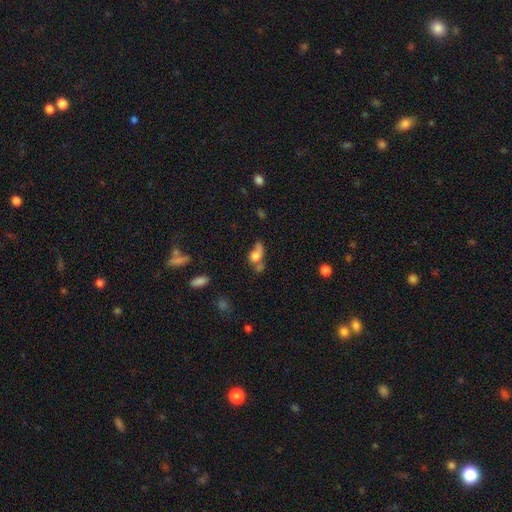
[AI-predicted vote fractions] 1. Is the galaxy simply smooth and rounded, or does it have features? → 61% smooth, 26% featured or disk, 13% star or artifact.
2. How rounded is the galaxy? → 57% in between, 37% round, 6% cigar-shaped.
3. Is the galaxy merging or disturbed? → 33% merger, 25% none, 23% major disturbance, 19% minor disturbance.